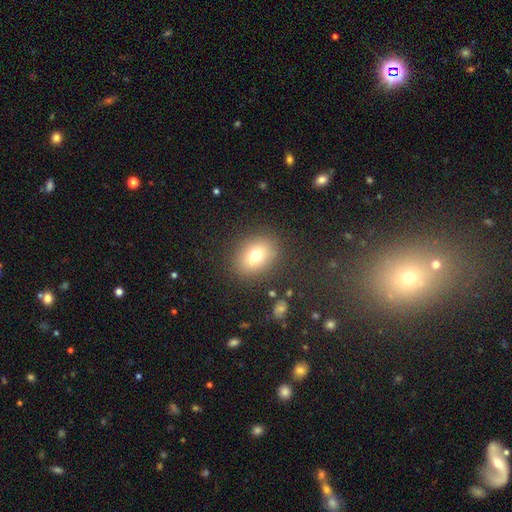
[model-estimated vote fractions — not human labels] smooth_or_featured: smooth (p=0.75) [alt: featured or disk p=0.13]
how_rounded: in between (p=0.59) [alt: round p=0.40]
merging: none (p=0.84) [alt: minor disturbance p=0.10]